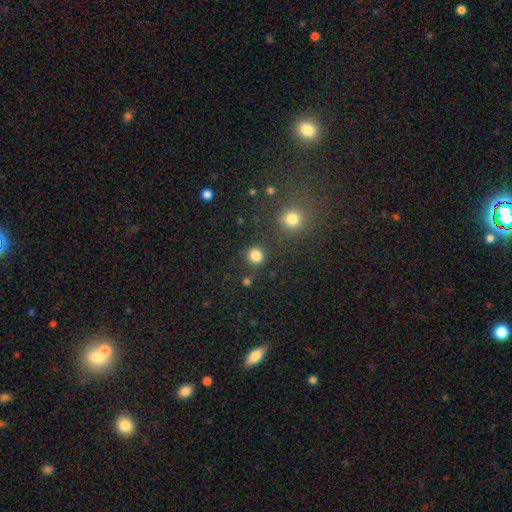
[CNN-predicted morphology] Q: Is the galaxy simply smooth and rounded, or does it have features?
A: smooth — 83%.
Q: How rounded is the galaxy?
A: round — 88%.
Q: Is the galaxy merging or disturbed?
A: none — 83%.